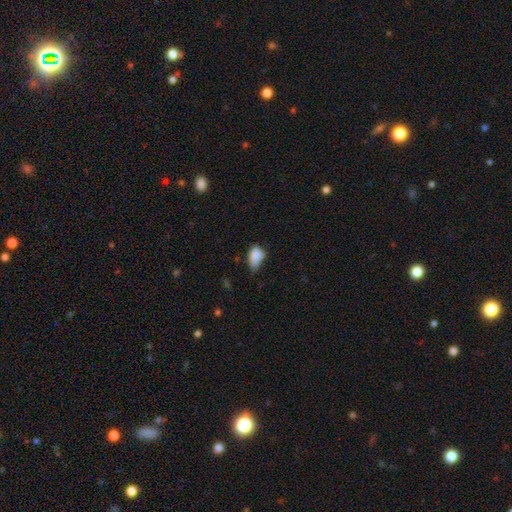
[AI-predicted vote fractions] This appears to be a smooth galaxy with no disk features (82%) that is in between round and cigar-shaped (88%). Merging: minor disturbance (48%).